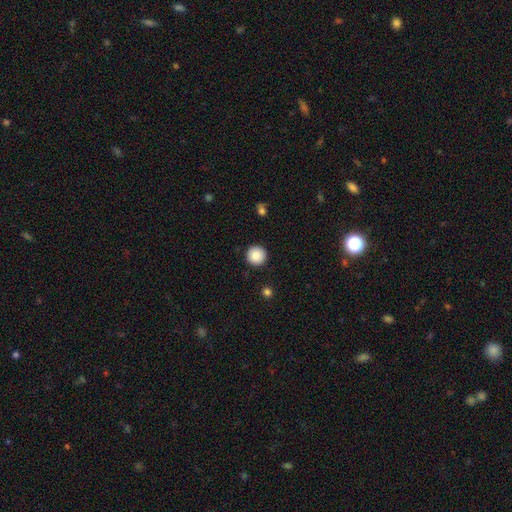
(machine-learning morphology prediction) Overall: smooth (86%). How rounded: round (96%). Merging: none (93%).